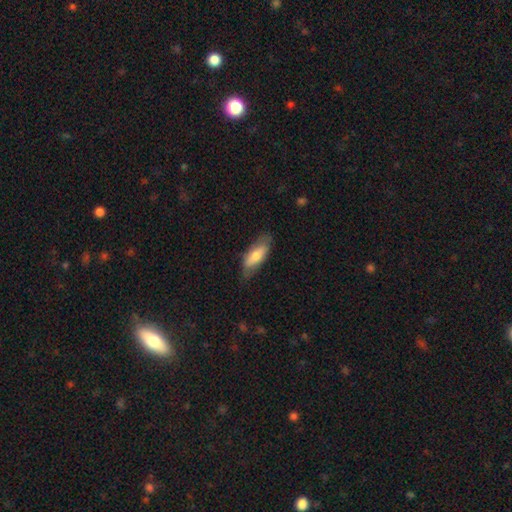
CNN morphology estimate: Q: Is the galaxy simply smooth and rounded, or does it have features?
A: smooth — 70%.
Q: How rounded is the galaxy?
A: in between — 68%.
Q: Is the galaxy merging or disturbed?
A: none — 72%.